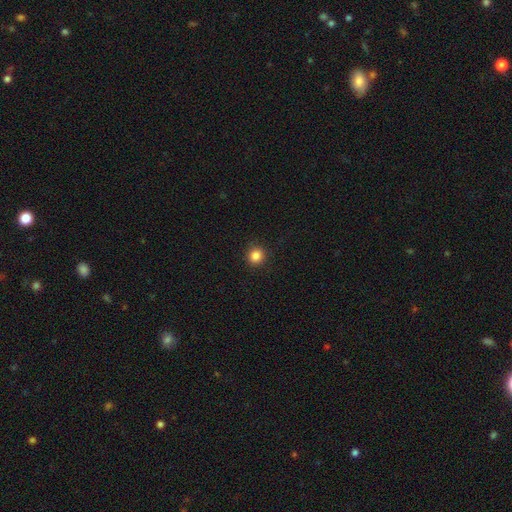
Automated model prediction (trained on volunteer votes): Morphology: type=smooth (85%); roundness=round (93%); merging=none (92%).